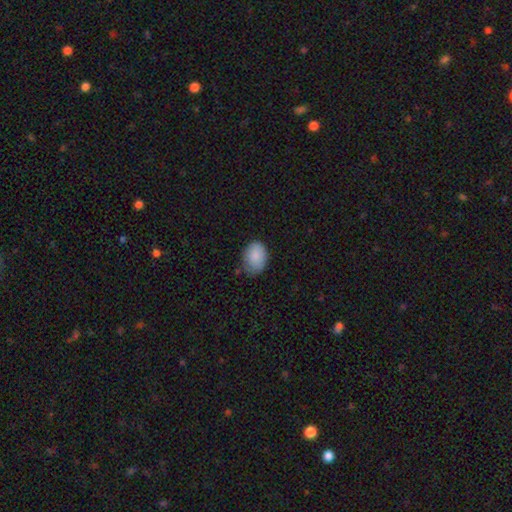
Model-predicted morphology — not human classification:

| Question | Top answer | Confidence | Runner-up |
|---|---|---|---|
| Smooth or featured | smooth | 87% | star or artifact (7%) |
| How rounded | in between | 79% | round (20%) |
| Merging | none | 65% | minor disturbance (29%) |